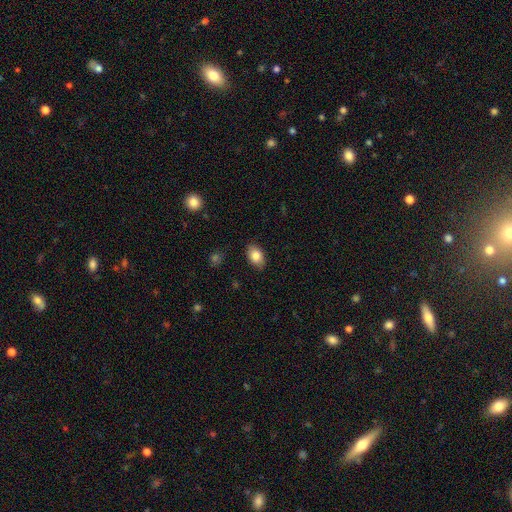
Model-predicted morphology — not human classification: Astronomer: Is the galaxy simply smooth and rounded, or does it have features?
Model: smooth — 84%.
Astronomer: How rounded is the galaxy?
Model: in between — 88%.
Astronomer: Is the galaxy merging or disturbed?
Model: none — 85%.